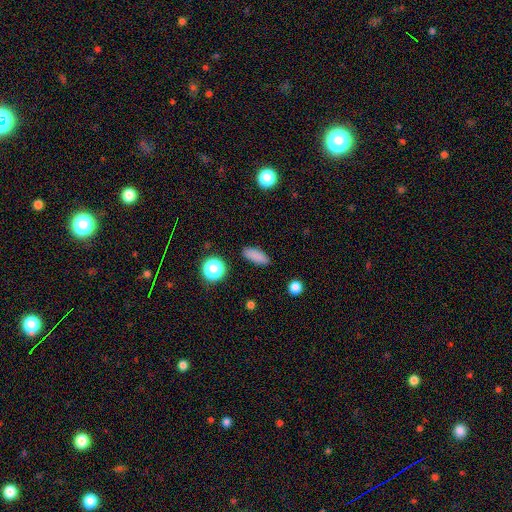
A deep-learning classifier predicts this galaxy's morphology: type=smooth (85%); roundness=in between (64%); merging=none (88%).